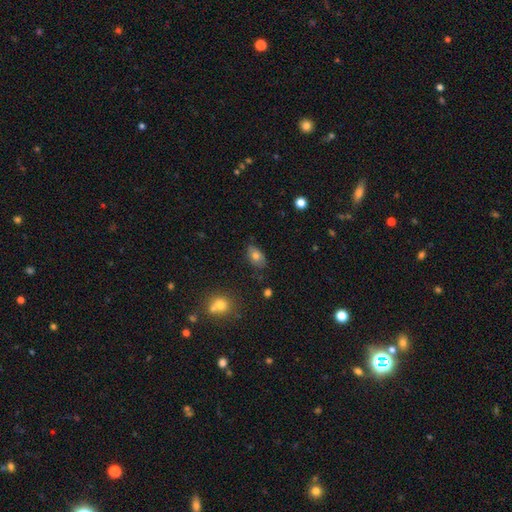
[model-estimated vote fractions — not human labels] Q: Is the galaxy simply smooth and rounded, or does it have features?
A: smooth — 74%.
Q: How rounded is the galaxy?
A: in between — 89%.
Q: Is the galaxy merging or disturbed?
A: none — 79%.